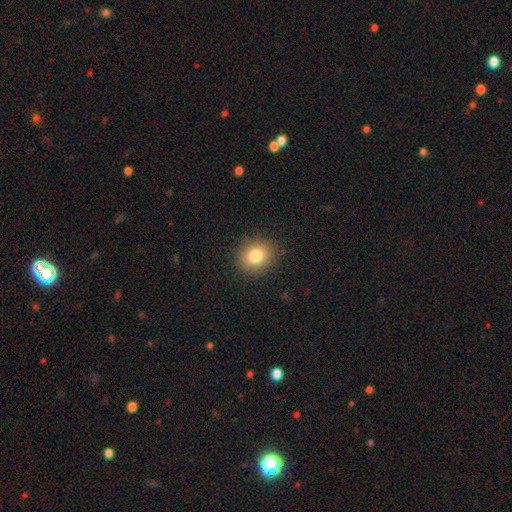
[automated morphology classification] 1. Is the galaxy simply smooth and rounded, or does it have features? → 81% smooth, 11% star or artifact, 9% featured or disk.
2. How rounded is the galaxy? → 71% round, 28% in between, 1% cigar-shaped.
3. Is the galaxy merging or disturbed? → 88% none, 9% minor disturbance, 3% major disturbance, 1% merger.